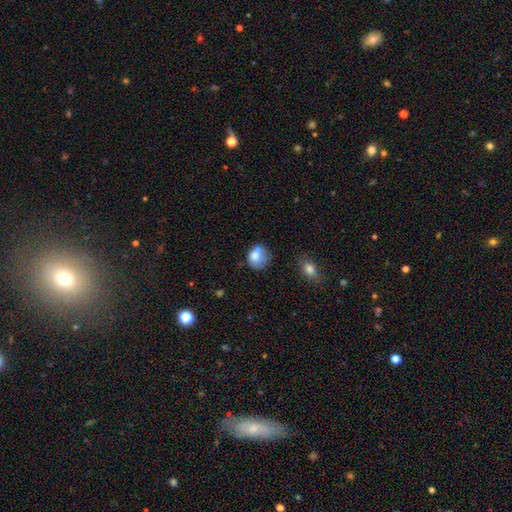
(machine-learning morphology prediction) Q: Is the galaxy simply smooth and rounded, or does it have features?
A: smooth — 77%.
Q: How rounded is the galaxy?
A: round — 73%.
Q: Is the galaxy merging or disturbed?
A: none — 51%.